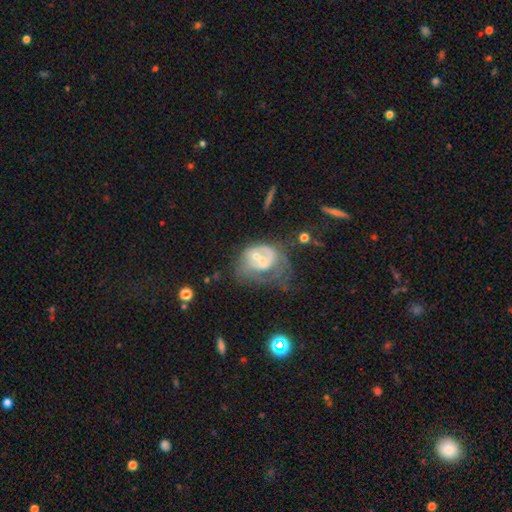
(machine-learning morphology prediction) Smooth or featured: featured or disk — 61% (smooth — 31%)
Edge-on disk: no — 97% (yes — 3%)
Bar: no — 76% (weak — 20%)
Spiral arms: no — 58% (yes — 42%)
Bulge size: moderate — 44% (small — 41%)
Merging: major disturbance — 37% (merger — 29%)